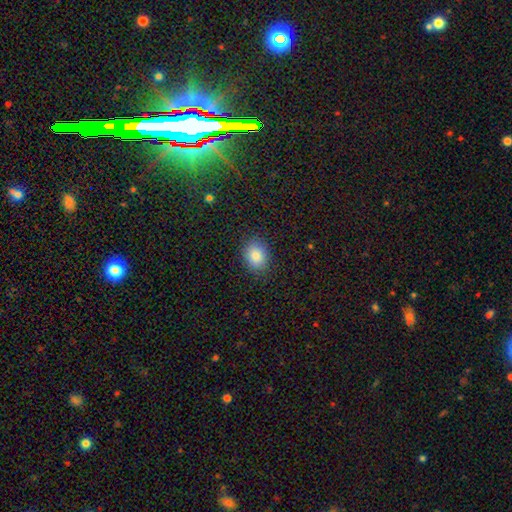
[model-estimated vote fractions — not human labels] Smooth or featured: smooth — 85% (star or artifact — 9%)
How rounded: in between — 64% (round — 35%)
Merging: none — 86% (minor disturbance — 10%)